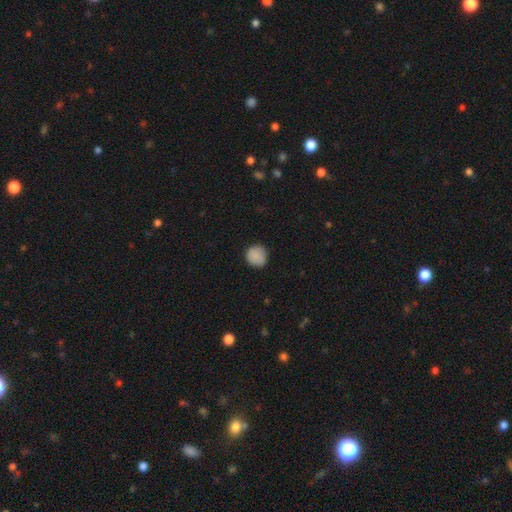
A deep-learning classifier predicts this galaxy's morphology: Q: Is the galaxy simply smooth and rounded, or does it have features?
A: smooth — 88%.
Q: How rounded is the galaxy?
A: round — 92%.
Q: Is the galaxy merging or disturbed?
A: none — 87%.